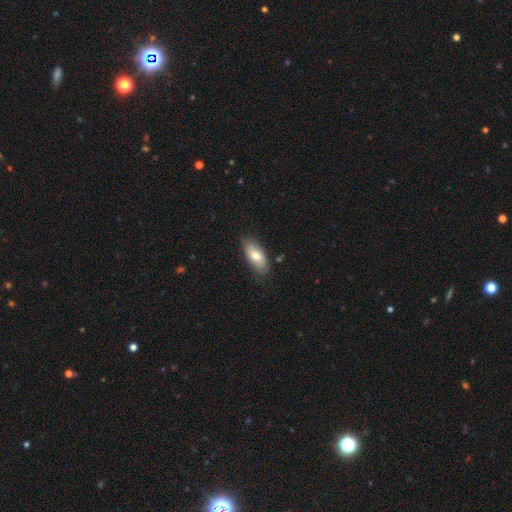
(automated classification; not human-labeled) smooth-or-featured: smooth: 77% | featured or disk: 16% | star or artifact: 6%
  how-rounded: in between: 87% | cigar-shaped: 11% | round: 2%
  merging: none: 80% | minor disturbance: 16% | major disturbance: 3% | merger: 2%